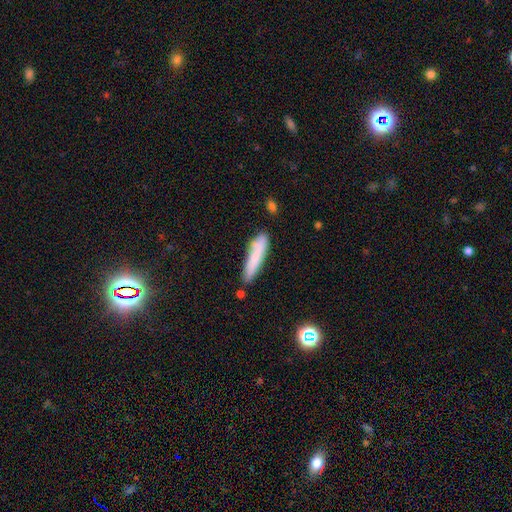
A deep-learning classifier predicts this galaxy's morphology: smooth-or-featured: smooth: 76% | featured or disk: 16% | star or artifact: 7%
  how-rounded: cigar-shaped: 85% | in between: 13% | round: 1%
  merging: none: 74% | minor disturbance: 18% | merger: 5% | major disturbance: 3%